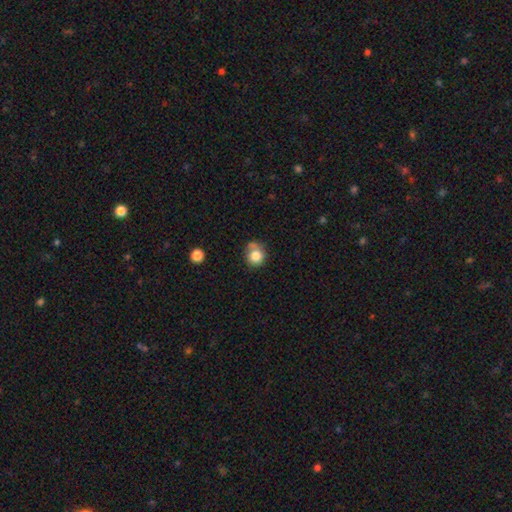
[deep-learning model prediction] Smooth or featured? Predicted: smooth (p=0.82). How rounded? Predicted: round (p=0.85). Merging? Predicted: none (p=0.57).